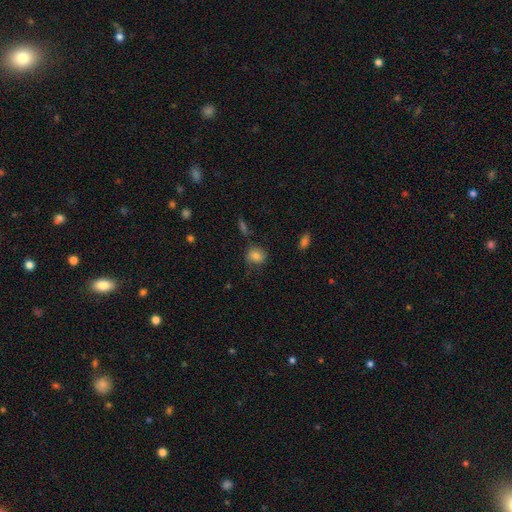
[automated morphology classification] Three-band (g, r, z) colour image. It shows a smooth galaxy with no disk features (80%) that is round (69%). Merging: none (72%).